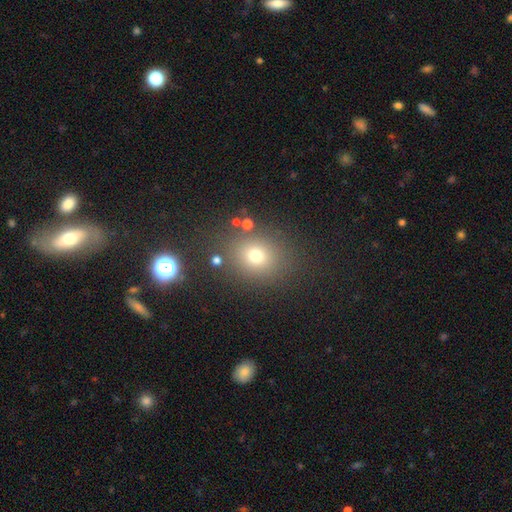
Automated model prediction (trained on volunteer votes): The model was most divided on "how rounded": round: 66%, in between: 33%, cigar-shaped: 1%. More confident: merging — none (81%); smooth or featured — smooth (72%).